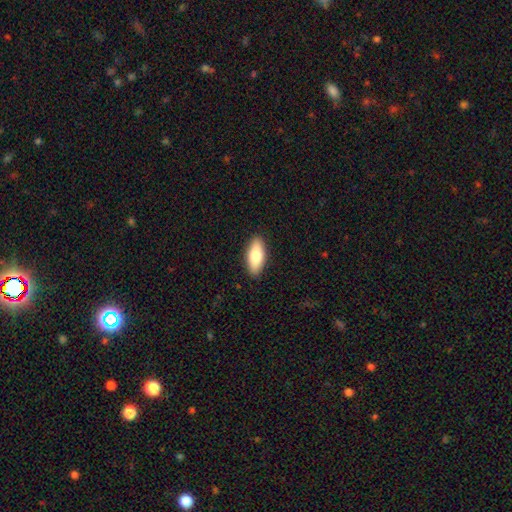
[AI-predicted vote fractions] A smooth galaxy with no disk features (79%) that is in between round and cigar-shaped (80%). Merging: none (89%).